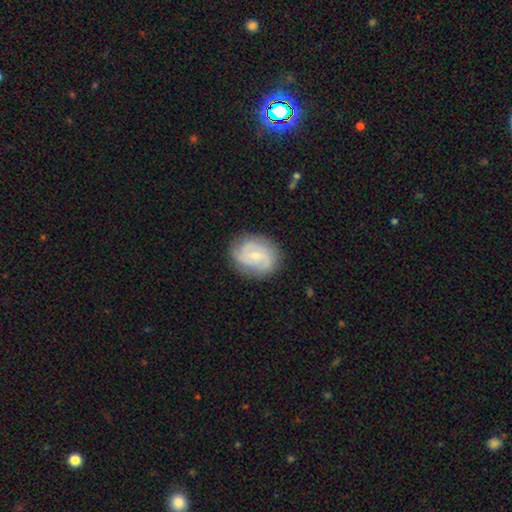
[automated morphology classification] type=featured or disk (73%); edge-on=no (98%); bar=no (54%); spiral arms=yes (92%); winding=tight (46%); arm count=2 (45%); bulge=small (65%); merging=none (81%).